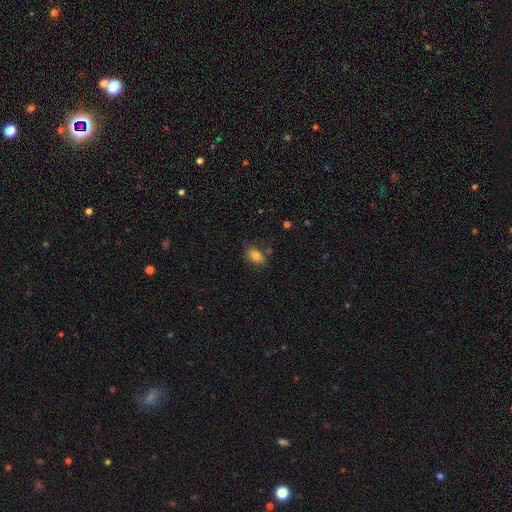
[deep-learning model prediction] smooth-or-featured: smooth: 79% | featured or disk: 11% | star or artifact: 10%
  how-rounded: in between: 84% | round: 14% | cigar-shaped: 2%
  merging: none: 72% | minor disturbance: 19% | major disturbance: 5% | merger: 4%